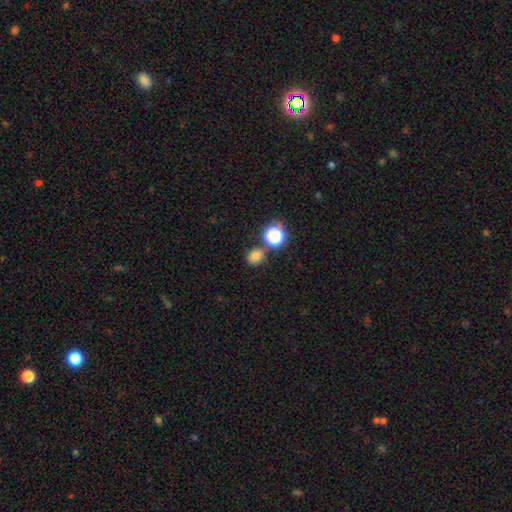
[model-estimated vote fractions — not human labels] Smooth or featured?
  - smooth: 73% *
  - star or artifact: 20%
  - featured or disk: 7%
How rounded?
  - round: 76% *
  - in between: 23%
  - cigar-shaped: 1%
Merging?
  - none: 73% *
  - merger: 13%
  - minor disturbance: 11%
  - major disturbance: 3%